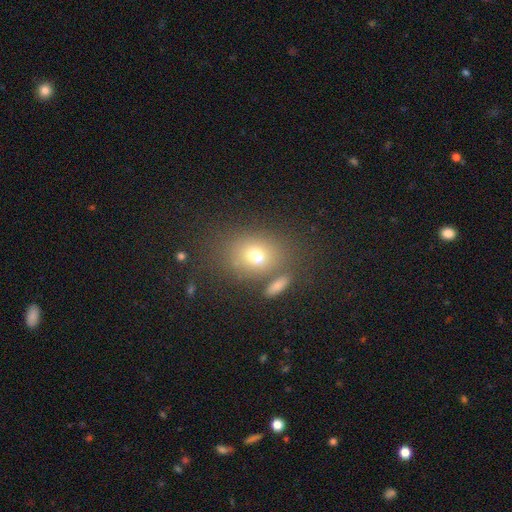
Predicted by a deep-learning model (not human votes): This is likely a smooth galaxy (70%). How rounded: possibly in between (57%). Merging: likely none (63%).